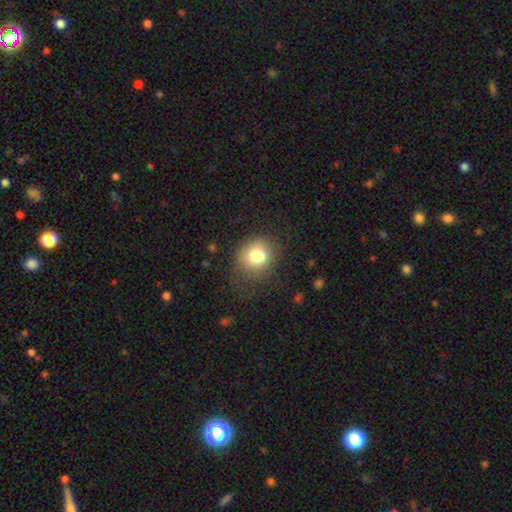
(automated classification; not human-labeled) This is likely a smooth galaxy (75%). How rounded: likely round (68%). Merging: possibly none (56%).